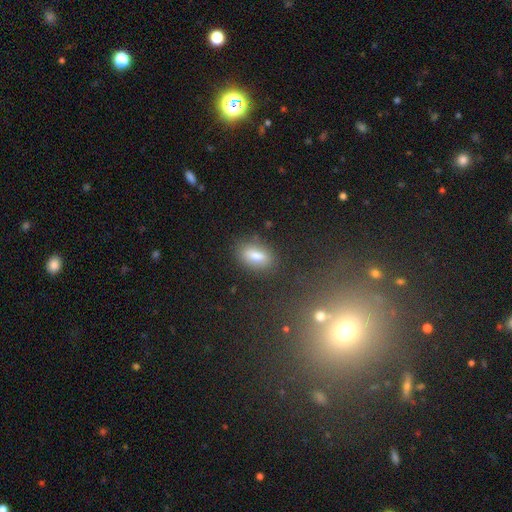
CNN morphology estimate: smooth_or_featured: smooth (p=0.71) [alt: star or artifact p=0.15]
how_rounded: in between (p=0.86) [alt: round p=0.08]
merging: none (p=0.81) [alt: minor disturbance p=0.11]